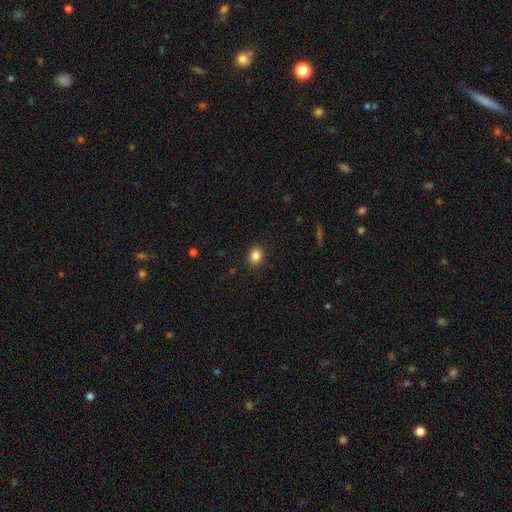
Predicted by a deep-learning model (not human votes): smooth-or-featured: smooth: 85% | star or artifact: 11% | featured or disk: 4%
  how-rounded: round: 61% | in between: 38% | cigar-shaped: 1%
  merging: none: 89% | minor disturbance: 8% | major disturbance: 2% | merger: 1%